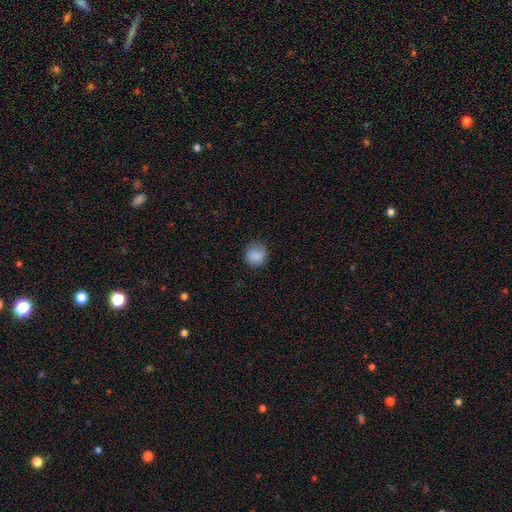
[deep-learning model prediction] A smooth galaxy with no disk features (86%) that is round (82%).

Vote fractions:
- Smooth or featured? smooth: 86% / star or artifact: 9% / featured or disk: 6%
- How rounded? round: 82% / in between: 17% / cigar-shaped: 1%
- Merging? none: 69% / minor disturbance: 23% / major disturbance: 7% / merger: 1%